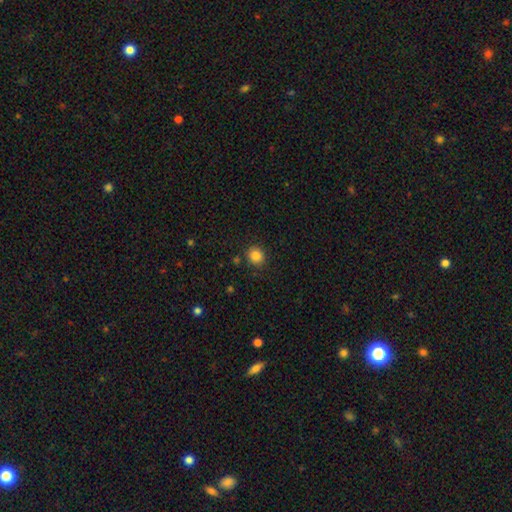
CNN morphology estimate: Smooth or featured: smooth — 85% (star or artifact — 11%)
How rounded: round — 81% (in between — 18%)
Merging: none — 87% (minor disturbance — 8%)